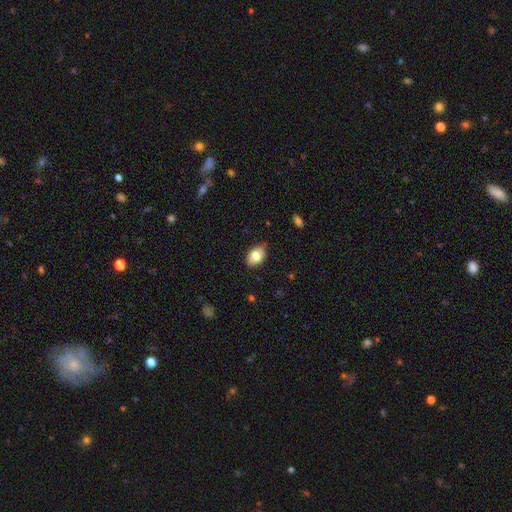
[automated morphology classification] A smooth galaxy with no disk features (78%) that is in between round and cigar-shaped (82%). Merging: none (83%).